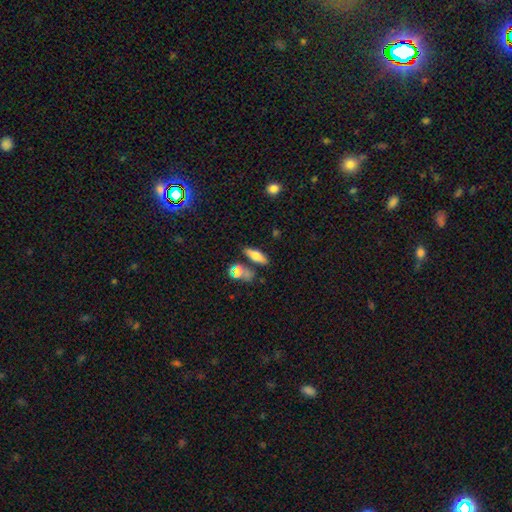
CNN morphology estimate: Q: Smooth or featured?
A: smooth (66%); runner-up: featured or disk (24%)
Q: How rounded?
A: in between (56%); runner-up: cigar-shaped (38%)
Q: Merging?
A: none (70%); runner-up: minor disturbance (13%)